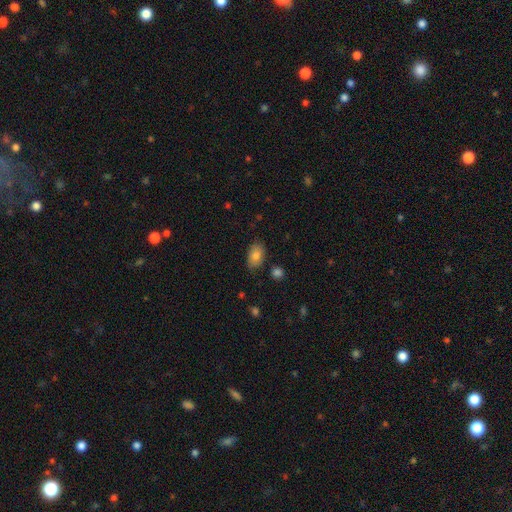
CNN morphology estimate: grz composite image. It shows a smooth galaxy with no disk features (82%) that is in between round and cigar-shaped (89%). Merging: none (80%).